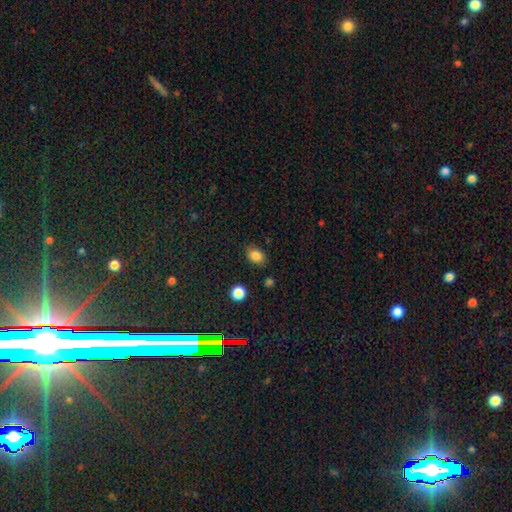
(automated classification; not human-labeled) A smooth galaxy with no disk features (85%) that is in between round and cigar-shaped (74%). Merging: none (81%).